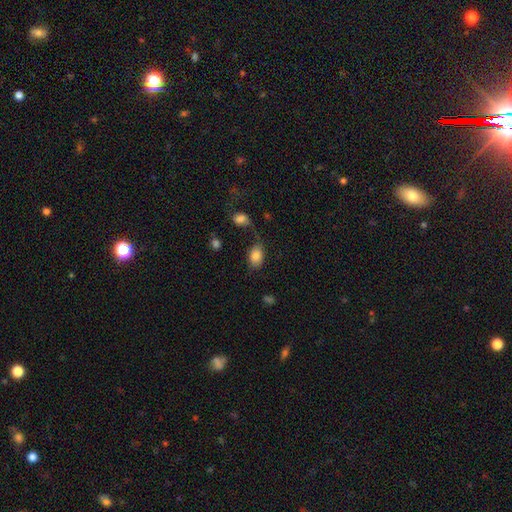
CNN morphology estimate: A smooth galaxy with no disk features (83%) that is in between round and cigar-shaped (86%). Merging: none (59%).